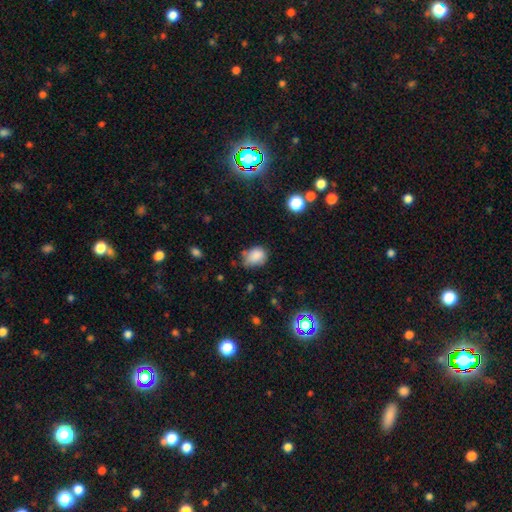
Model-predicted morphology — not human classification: smooth_or_featured: smooth (p=0.84) [alt: star or artifact p=0.10]
how_rounded: in between (p=0.63) [alt: round p=0.36]
merging: none (p=0.52) [alt: minor disturbance p=0.34]